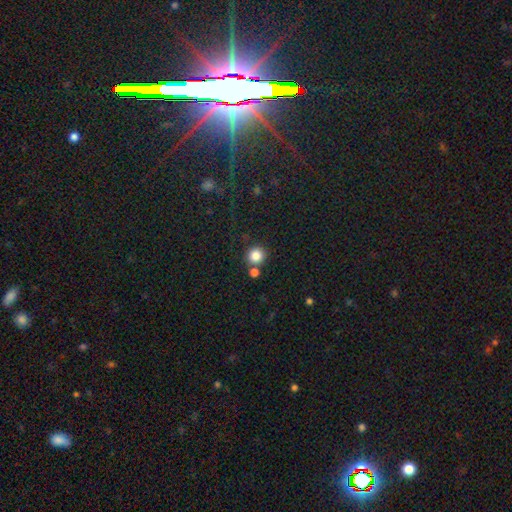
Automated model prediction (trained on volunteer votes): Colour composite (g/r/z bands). It shows a smooth galaxy with no disk features (84%) that is round (92%). Merging: none (75%).